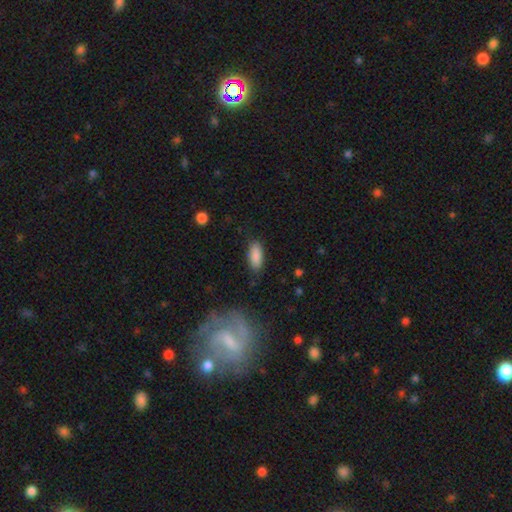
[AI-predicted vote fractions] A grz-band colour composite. It shows a smooth galaxy with no disk features (88%) that is in between round and cigar-shaped (82%). Merging: none (82%).